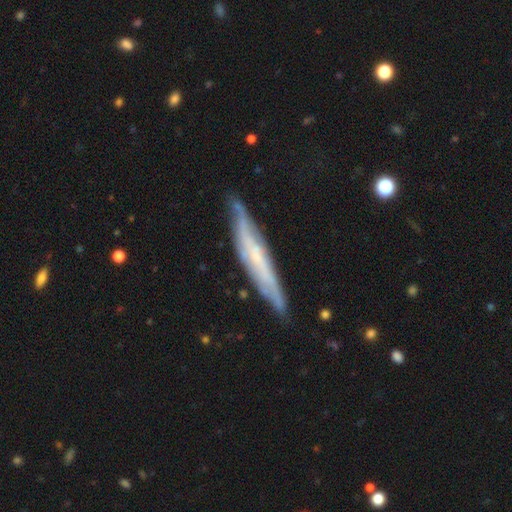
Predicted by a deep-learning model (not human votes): Smooth or featured? Predicted: featured or disk (p=0.68). Edge-on disk? Predicted: yes (p=0.71). Merging? Predicted: none (p=0.74).